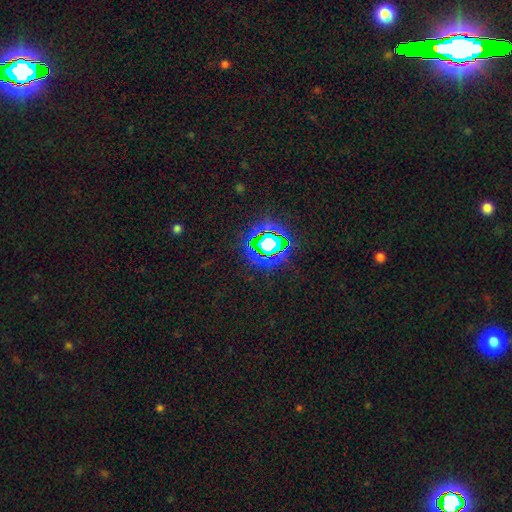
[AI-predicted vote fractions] Smooth or featured? Predicted: star or artifact (p=0.81).